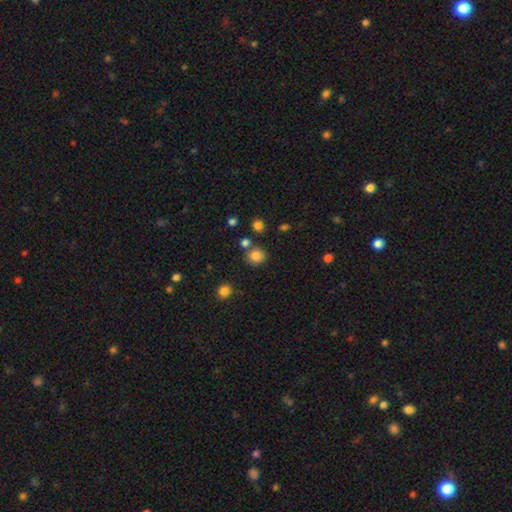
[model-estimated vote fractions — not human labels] Smooth or featured? smooth (82%)
How rounded? round (85%)
Merging? none (77%)